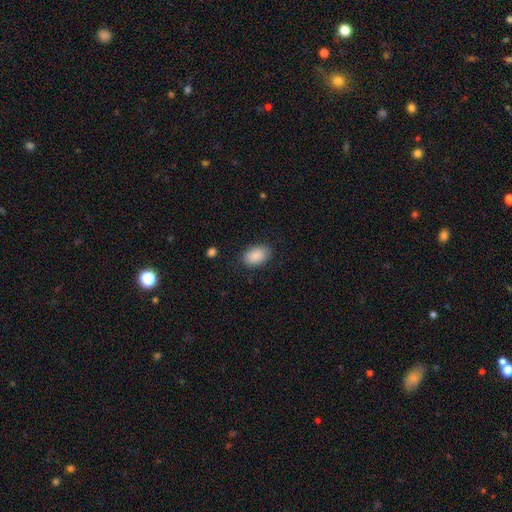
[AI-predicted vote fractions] Smooth or featured: smooth — 89% (star or artifact — 7%)
How rounded: in between — 89% (round — 10%)
Merging: none — 84% (minor disturbance — 11%)